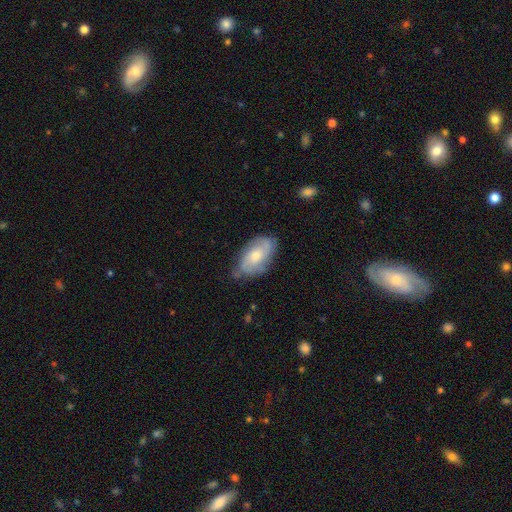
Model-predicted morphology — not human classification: Smooth or featured? Predicted: featured or disk (p=0.64). Edge-on disk? Predicted: no (p=0.94). Bar? Predicted: no (p=0.69). Spiral arms? Predicted: yes (p=0.87). Spiral winding? Predicted: medium (p=0.41). Spiral arm count? Predicted: 2 (p=0.48). Bulge size? Predicted: moderate (p=0.57). Merging? Predicted: none (p=0.69).